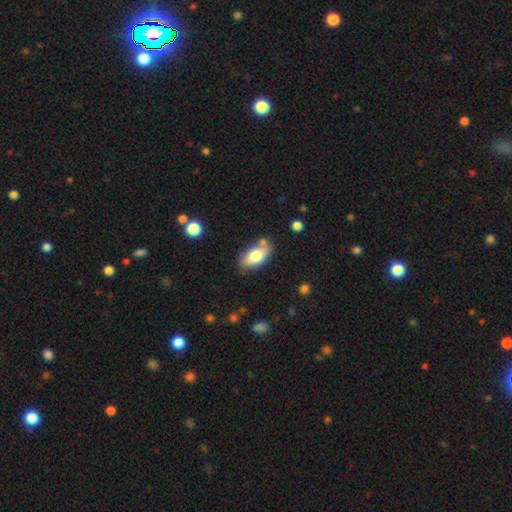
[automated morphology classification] type=smooth (72%); roundness=in between (90%); merging=none (69%).